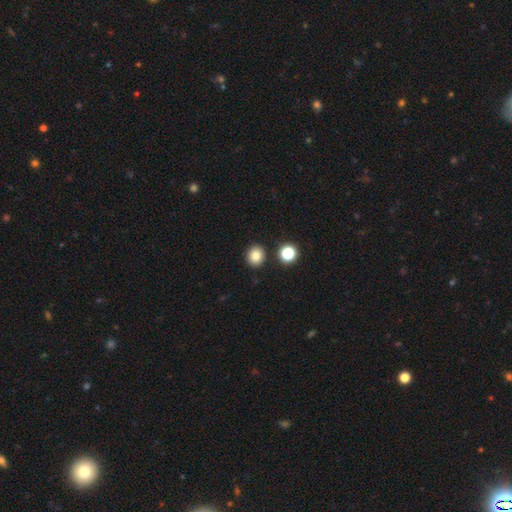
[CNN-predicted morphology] A smooth galaxy with no disk features (82%) that is round (79%).

Vote fractions:
- Smooth or featured? smooth: 82% / star or artifact: 12% / featured or disk: 6%
- How rounded? round: 79% / in between: 20% / cigar-shaped: 1%
- Merging? none: 87% / minor disturbance: 6% / merger: 4% / major disturbance: 2%